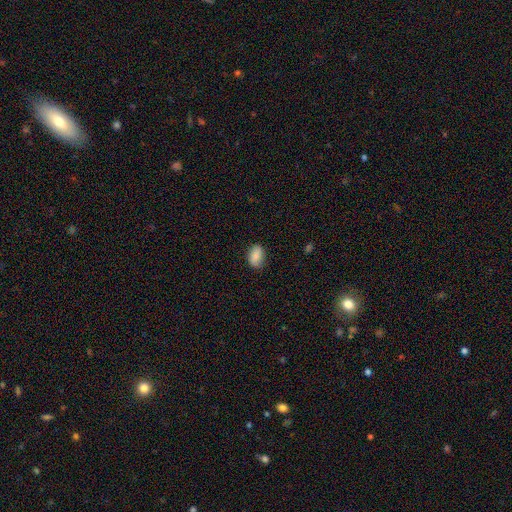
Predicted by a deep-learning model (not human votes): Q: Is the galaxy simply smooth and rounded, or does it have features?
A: smooth — 83%.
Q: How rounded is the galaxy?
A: in between — 86%.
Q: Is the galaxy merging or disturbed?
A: none — 83%.